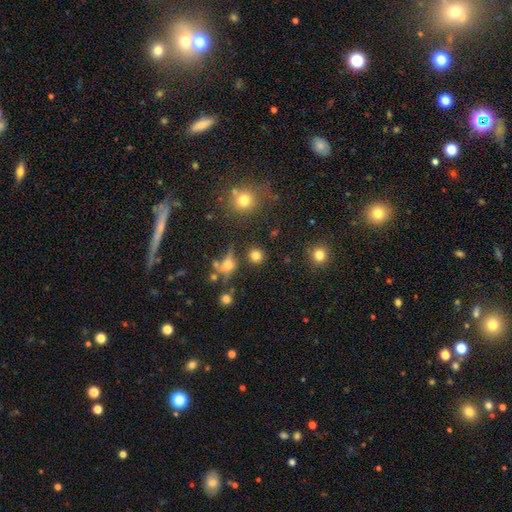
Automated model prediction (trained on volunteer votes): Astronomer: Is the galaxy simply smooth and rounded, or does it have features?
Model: smooth — 78%.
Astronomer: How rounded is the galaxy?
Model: round — 90%.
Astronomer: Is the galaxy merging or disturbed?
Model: none — 83%.